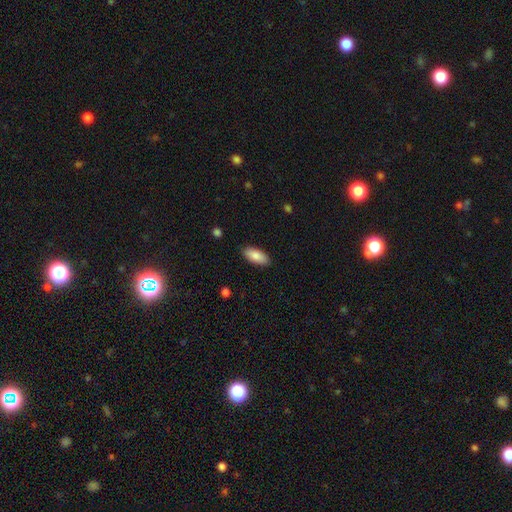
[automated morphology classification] The model was most divided on "how rounded": in between: 87%, cigar-shaped: 11%, round: 2%. More confident: merging — none (88%); smooth or featured — smooth (85%).